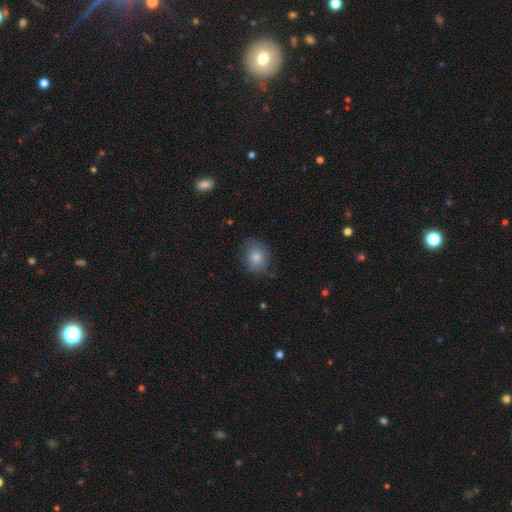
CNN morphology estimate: smooth 74%, featured or disk 14%, star or artifact 12%. Down the decision tree: how rounded — in between (50%); merging — none (76%).